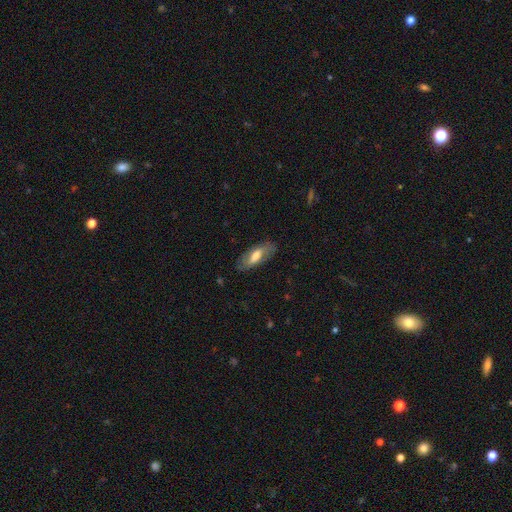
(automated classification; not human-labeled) smooth-or-featured: smooth: 57% | featured or disk: 37% | star or artifact: 7%
  how-rounded: in between: 72% | cigar-shaped: 26% | round: 2%
  merging: none: 78% | minor disturbance: 16% | major disturbance: 5% | merger: 1%